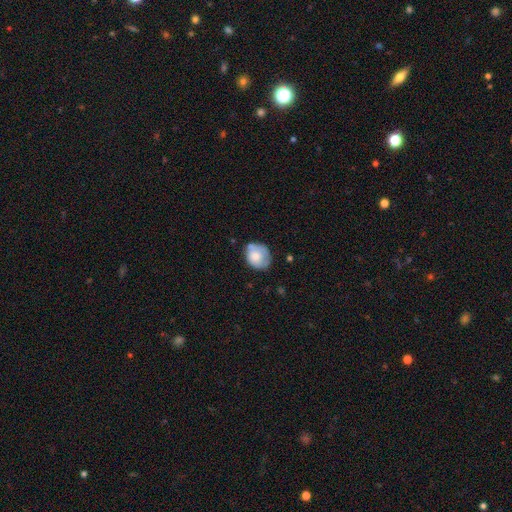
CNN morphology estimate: Smooth or featured? Predicted: smooth (p=0.69). How rounded? Predicted: round (p=0.53). Merging? Predicted: none (p=0.54).